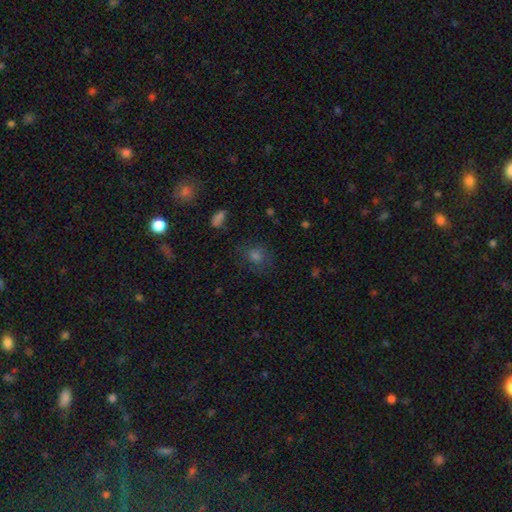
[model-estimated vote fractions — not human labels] smooth 62%, star or artifact 26%, featured or disk 12%. Down the decision tree: how rounded — round (77%); merging — none (76%).